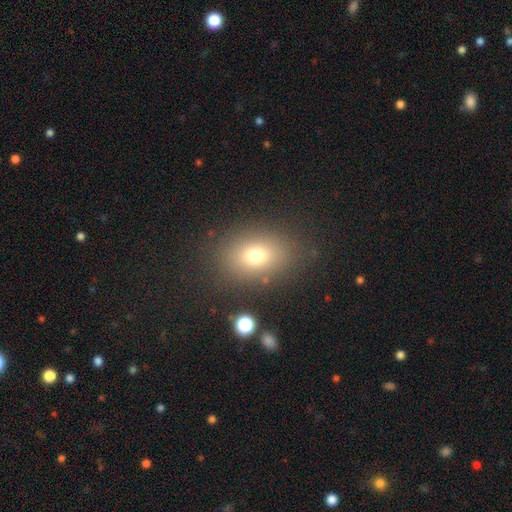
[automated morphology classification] smooth 74%, star or artifact 14%, featured or disk 12%. Down the decision tree: how rounded — in between (72%); merging — none (83%).